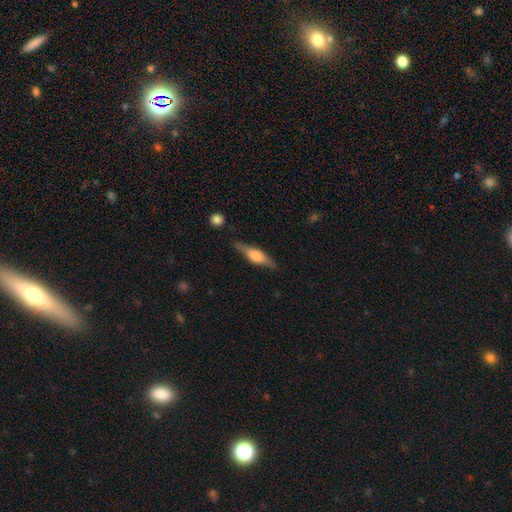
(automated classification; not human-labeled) Morphology: type=featured or disk (60%); edge-on=yes (95%); edge-on bulge=rounded (80%); merging=none (82%).